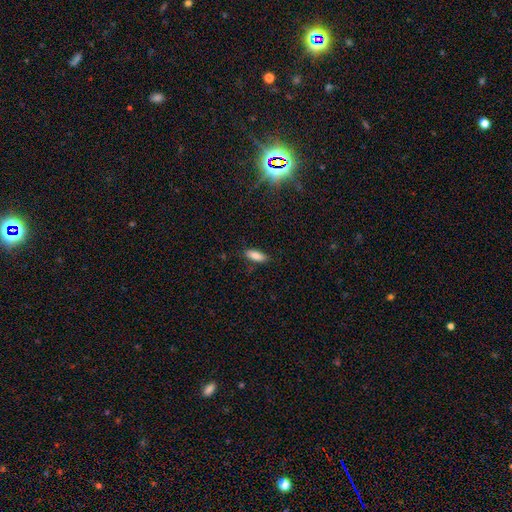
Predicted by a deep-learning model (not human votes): Smooth or featured? smooth (85%)
How rounded? in between (72%)
Merging? none (84%)